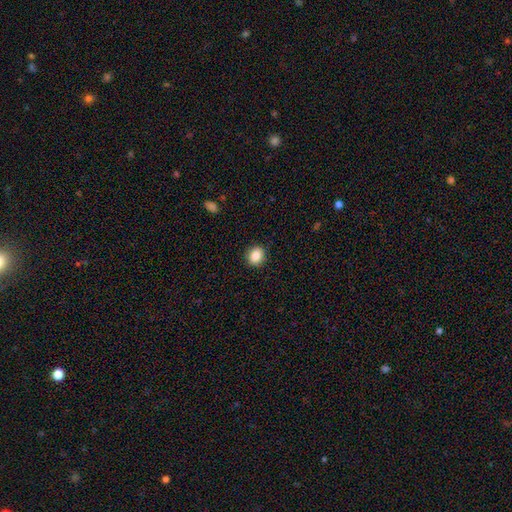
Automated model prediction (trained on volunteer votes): Morphology: type=smooth (86%); roundness=round (74%); merging=none (91%).